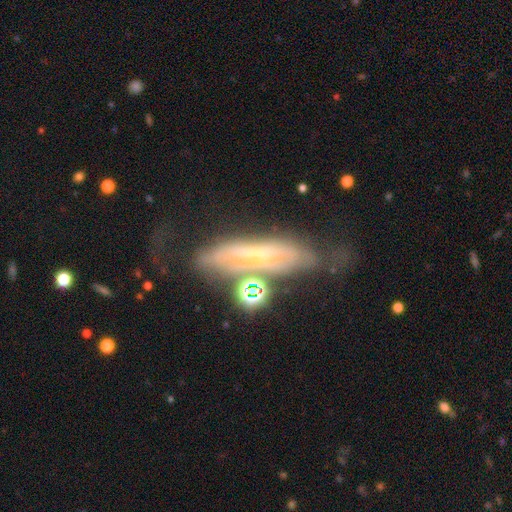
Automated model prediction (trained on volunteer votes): Q: Smooth or featured?
A: featured or disk (69%); runner-up: smooth (21%)
Q: Edge-on disk?
A: no (55%); runner-up: yes (45%)
Q: Merging?
A: none (43%); runner-up: minor disturbance (25%)